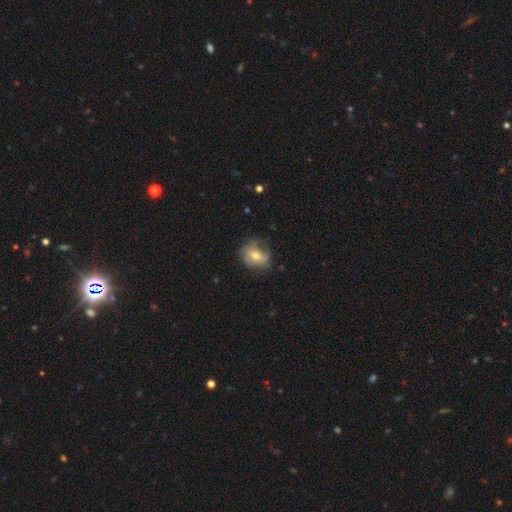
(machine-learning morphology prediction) The model was most divided on "how rounded": round: 50%, in between: 49%, cigar-shaped: 1%. More confident: merging — none (55%); smooth or featured — smooth (53%).